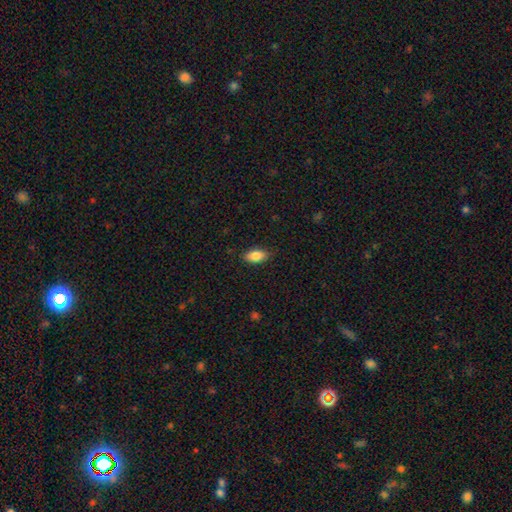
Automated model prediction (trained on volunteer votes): Smooth or featured: smooth — 84% (featured or disk — 9%)
How rounded: in between — 90% (cigar-shaped — 5%)
Merging: none — 85% (minor disturbance — 12%)